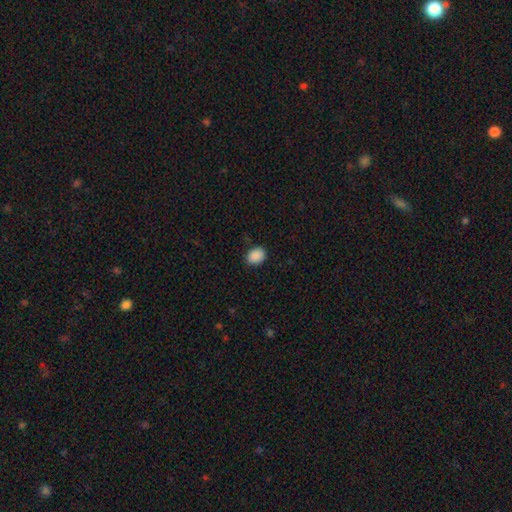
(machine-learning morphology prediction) Smooth or featured? Predicted: smooth (p=0.90). How rounded? Predicted: in between (p=0.62). Merging? Predicted: none (p=0.86).